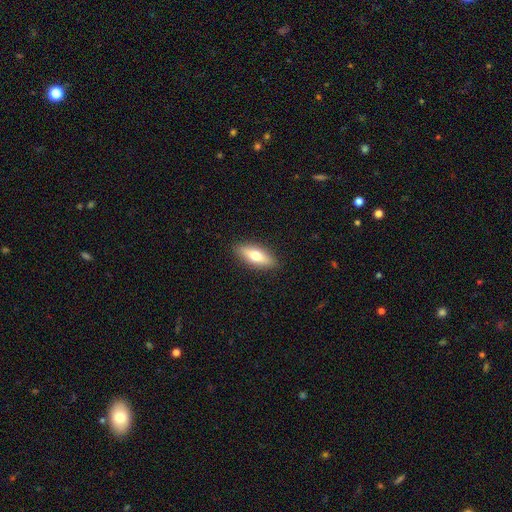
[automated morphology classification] This is likely a smooth galaxy (65%). How rounded: possibly in between (58%). Merging: clearly none (89%).